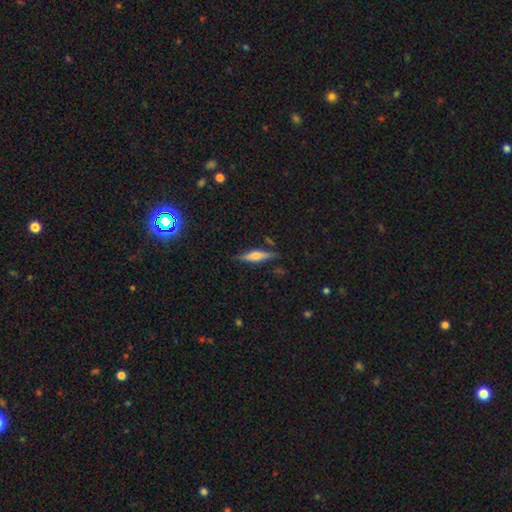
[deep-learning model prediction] A featured or disk galaxy (59%) viewed edge-on (96%) with a rounded central bulge (84%). Merging: none (84%).